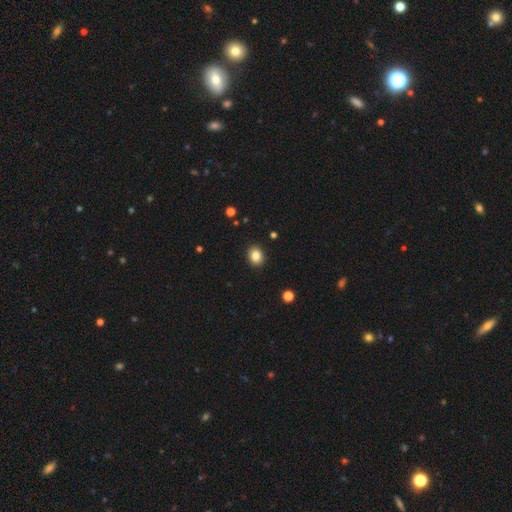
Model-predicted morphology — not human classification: This is clearly a smooth galaxy (84%). How rounded: possibly round (57%). Merging: clearly none (91%).